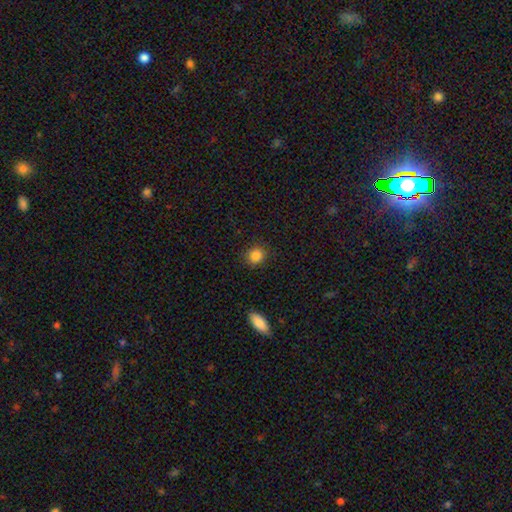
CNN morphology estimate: Smooth or featured? smooth (86%)
How rounded? round (78%)
Merging? none (88%)